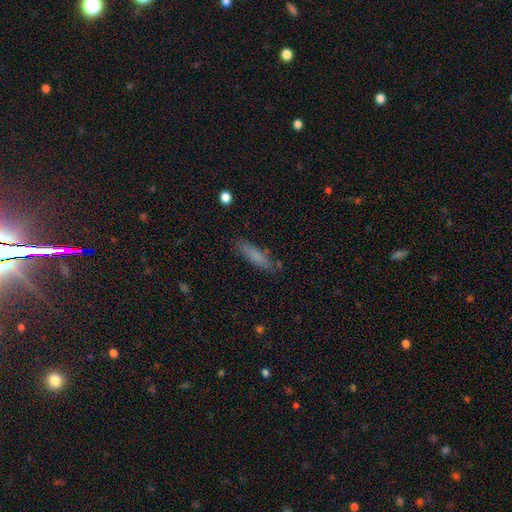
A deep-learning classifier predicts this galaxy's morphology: Smooth or featured?
  - smooth: 77% *
  - featured or disk: 15%
  - star or artifact: 8%
How rounded?
  - cigar-shaped: 75% *
  - in between: 24%
  - round: 2%
Merging?
  - none: 78% *
  - minor disturbance: 16%
  - major disturbance: 4%
  - merger: 3%